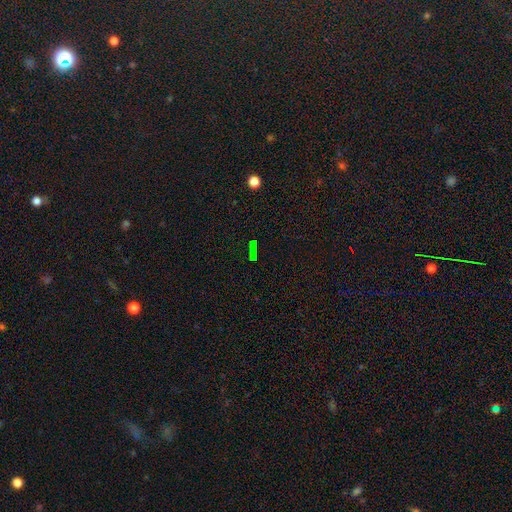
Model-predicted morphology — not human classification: A star or artifact, not a galaxy (64%).

Vote fractions:
- Smooth or featured? star or artifact: 64% / smooth: 25% / featured or disk: 11%